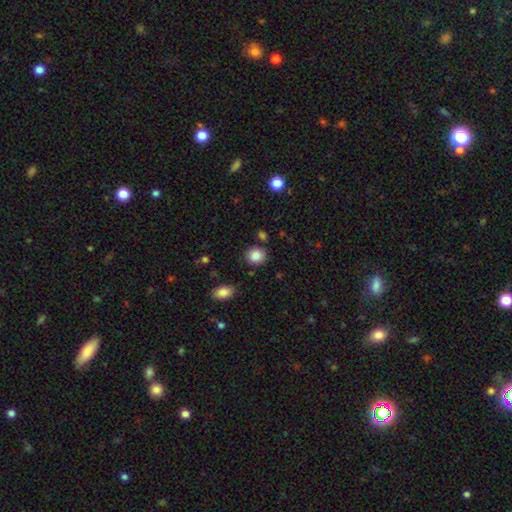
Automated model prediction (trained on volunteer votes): Smooth or featured?
  - smooth: 87% *
  - star or artifact: 9%
  - featured or disk: 4%
How rounded?
  - round: 82% *
  - in between: 17%
  - cigar-shaped: 1%
Merging?
  - none: 82% *
  - minor disturbance: 11%
  - merger: 4%
  - major disturbance: 3%